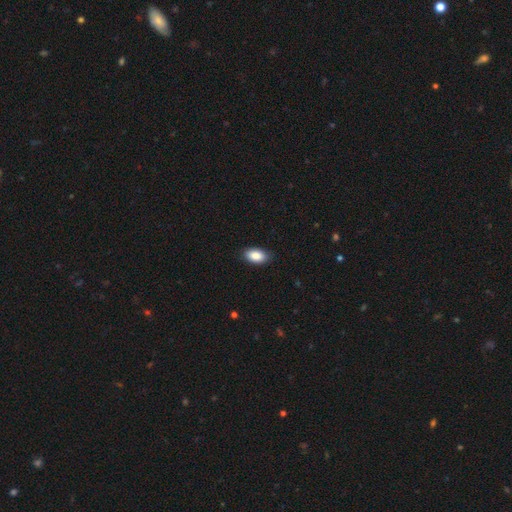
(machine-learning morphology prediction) type=smooth (88%); roundness=in between (93%); merging=none (86%).